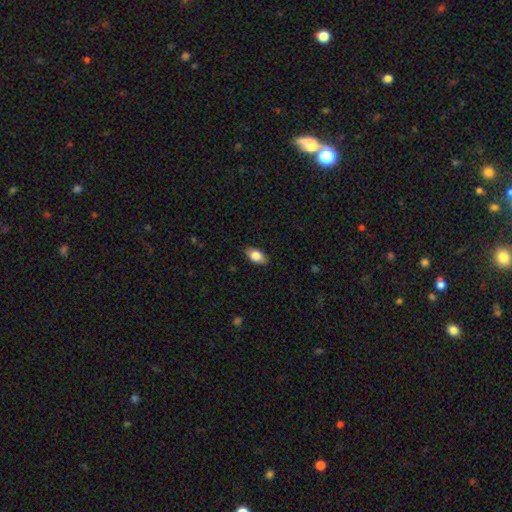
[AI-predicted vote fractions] Q: Smooth or featured?
A: smooth (79%); runner-up: featured or disk (14%)
Q: How rounded?
A: in between (90%); runner-up: round (6%)
Q: Merging?
A: none (86%); runner-up: minor disturbance (11%)